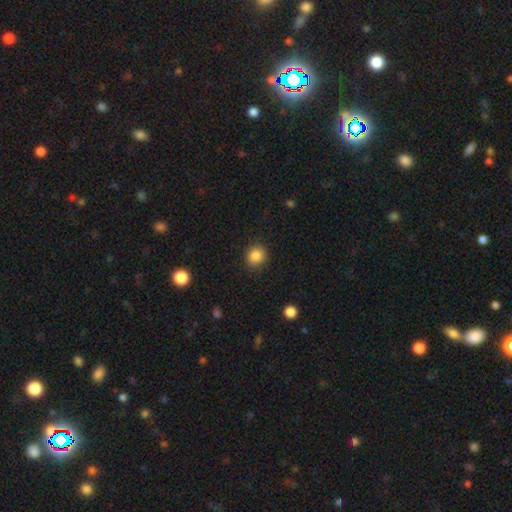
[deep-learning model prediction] This appears to be a smooth galaxy with no disk features (86%) that is round (82%). Merging: none (88%).